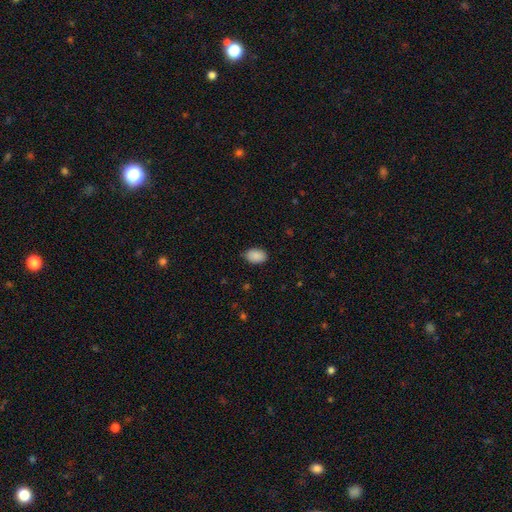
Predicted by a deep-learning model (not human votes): Smooth or featured? Predicted: smooth (p=0.90). How rounded? Predicted: in between (p=0.89). Merging? Predicted: none (p=0.85).